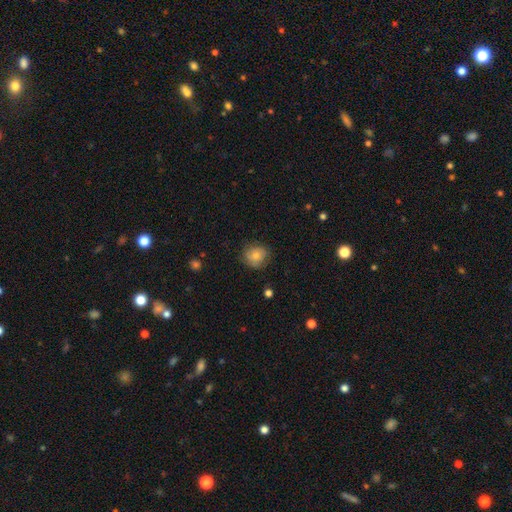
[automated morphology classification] Smooth or featured? Predicted: smooth (p=0.76). How rounded? Predicted: round (p=0.83). Merging? Predicted: none (p=0.75).